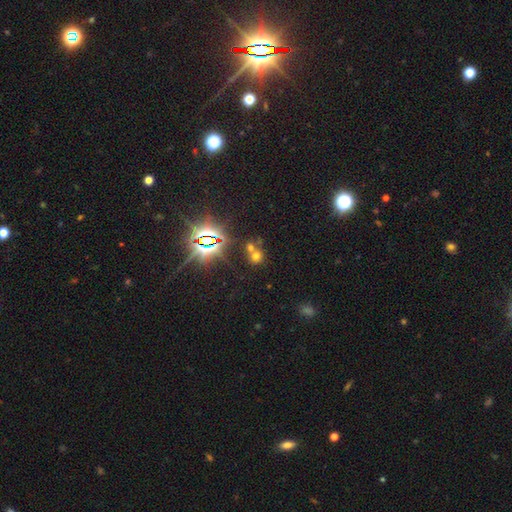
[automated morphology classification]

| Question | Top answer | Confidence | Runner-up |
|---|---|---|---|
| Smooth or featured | smooth | 53% | star or artifact (35%) |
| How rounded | round | 82% | in between (17%) |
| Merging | none | 47% | merger (42%) |